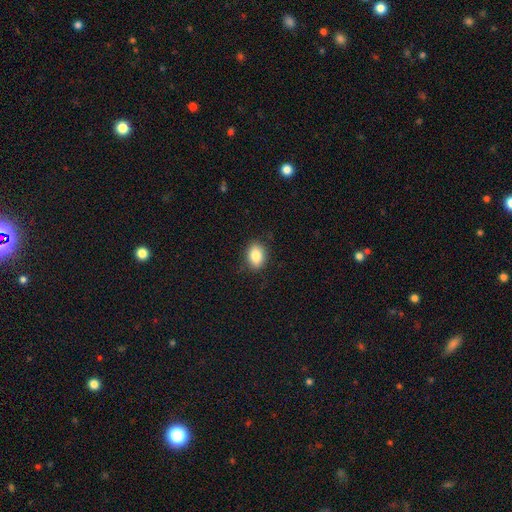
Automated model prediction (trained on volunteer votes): Smooth or featured: smooth — 84% (star or artifact — 8%)
How rounded: in between — 78% (round — 21%)
Merging: none — 84% (minor disturbance — 12%)